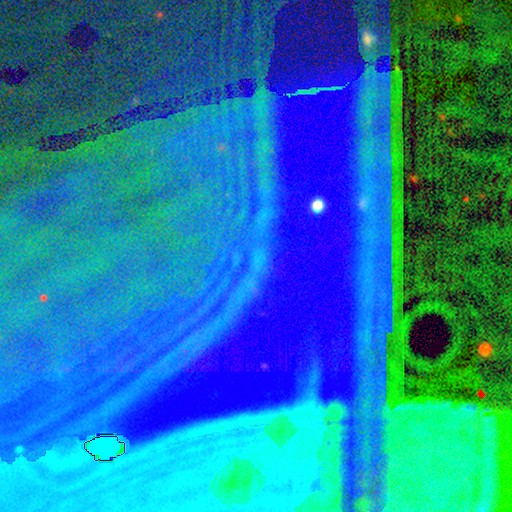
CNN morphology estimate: Smooth or featured?
  - star or artifact: 87% *
  - featured or disk: 8%
  - smooth: 6%